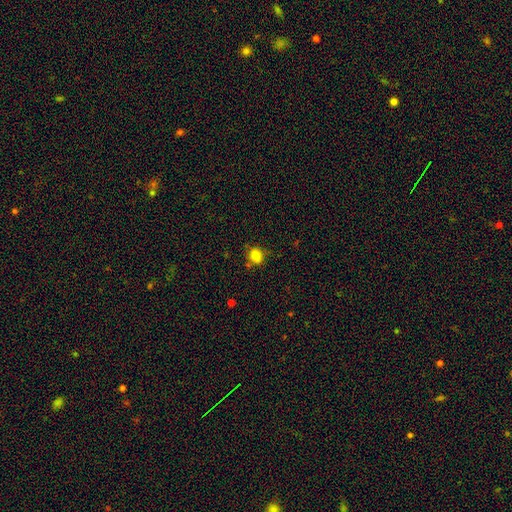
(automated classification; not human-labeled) smooth-or-featured: smooth: 83% | star or artifact: 11% | featured or disk: 6%
  how-rounded: round: 54% | in between: 45% | cigar-shaped: 1%
  merging: none: 74% | minor disturbance: 17% | merger: 5% | major disturbance: 4%